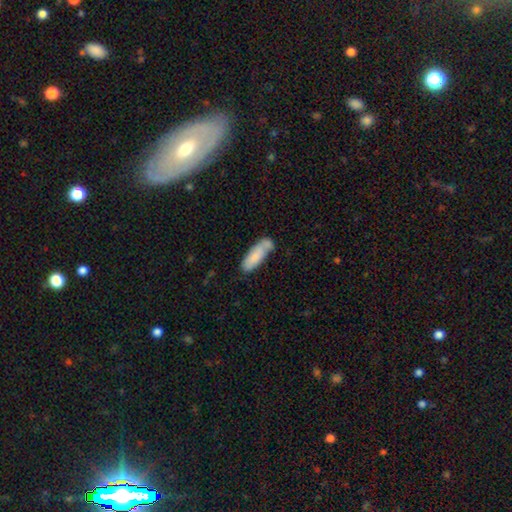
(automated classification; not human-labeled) The model was most divided on "how rounded": in between: 57%, cigar-shaped: 41%, round: 2%. More confident: smooth or featured — smooth (79%); merging — none (51%).